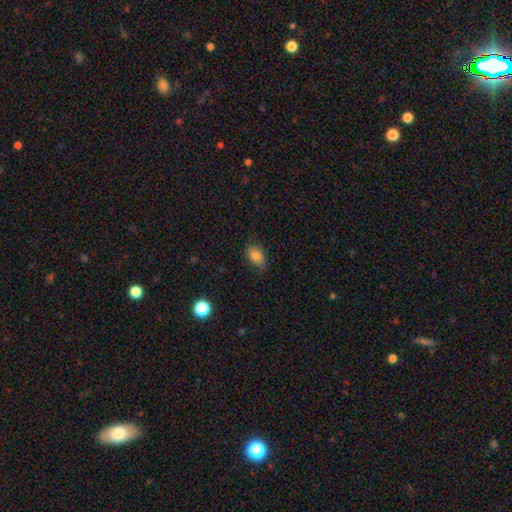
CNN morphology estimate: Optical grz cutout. It shows a smooth galaxy with no disk features (82%) that is in between round and cigar-shaped (84%). Merging: none (74%).